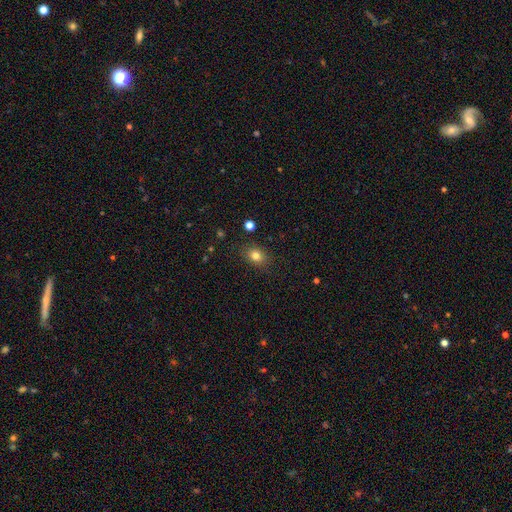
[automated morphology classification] Smooth or featured: smooth — 80% (star or artifact — 12%)
How rounded: in between — 57% (round — 42%)
Merging: none — 85% (minor disturbance — 10%)